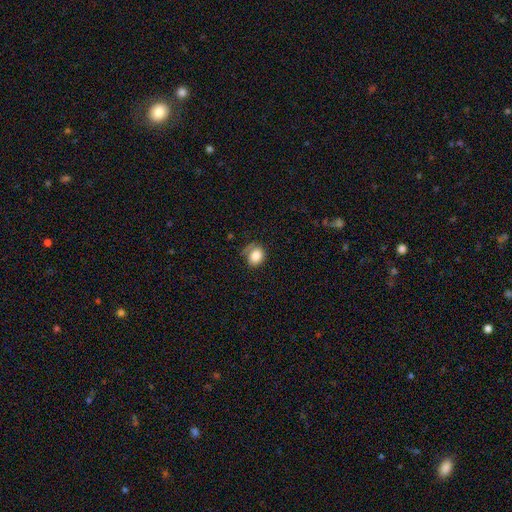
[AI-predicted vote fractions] This appears to be a smooth galaxy with no disk features (83%) that is round (58%). Merging: none (56%).